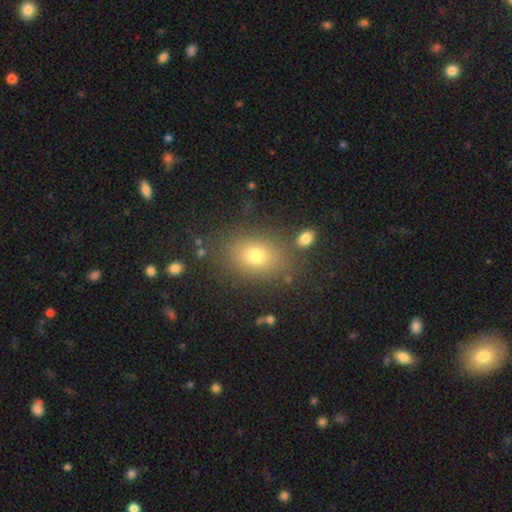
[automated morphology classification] smooth_or_featured: smooth (p=0.73) [alt: star or artifact p=0.15]
how_rounded: in between (p=0.68) [alt: round p=0.31]
merging: none (p=0.80) [alt: minor disturbance p=0.11]